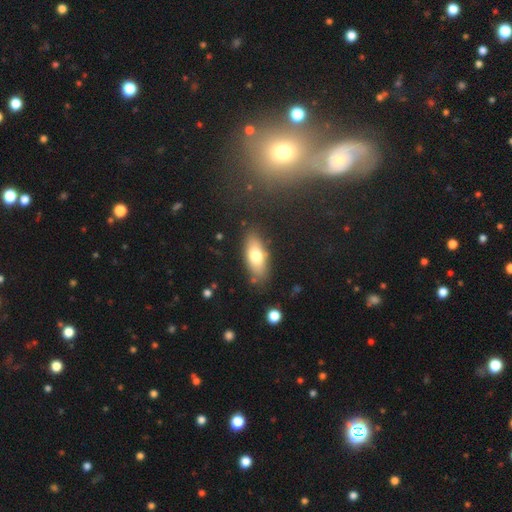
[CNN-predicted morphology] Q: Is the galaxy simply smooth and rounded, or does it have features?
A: smooth — 71%.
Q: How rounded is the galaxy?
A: in between — 82%.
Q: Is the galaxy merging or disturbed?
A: none — 81%.